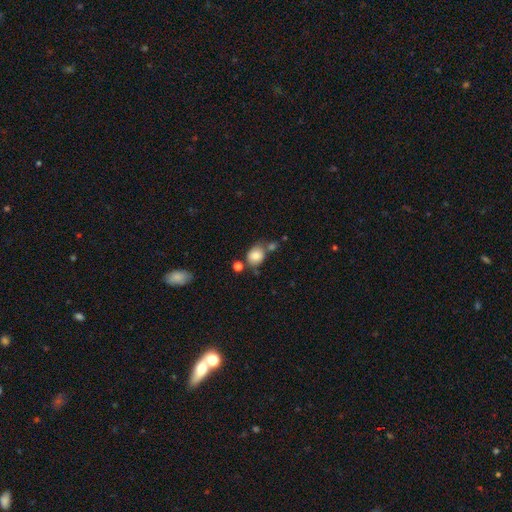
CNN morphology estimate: Smooth or featured: smooth — 82% (star or artifact — 9%)
How rounded: round — 50% (in between — 49%)
Merging: none — 56% (merger — 20%)